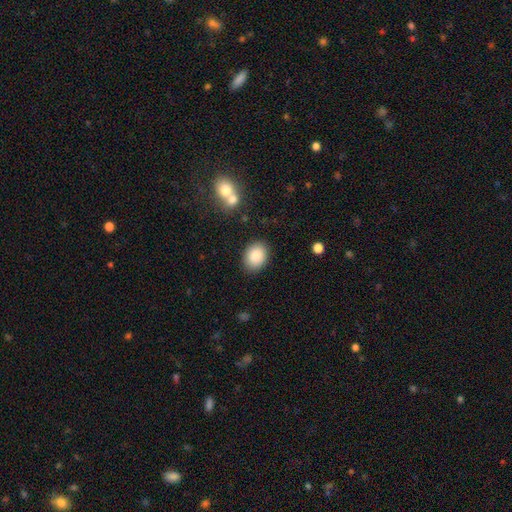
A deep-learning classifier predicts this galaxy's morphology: smooth_or_featured: smooth (p=0.86) [alt: star or artifact p=0.07]
how_rounded: in between (p=0.67) [alt: round p=0.32]
merging: none (p=0.87) [alt: minor disturbance p=0.09]